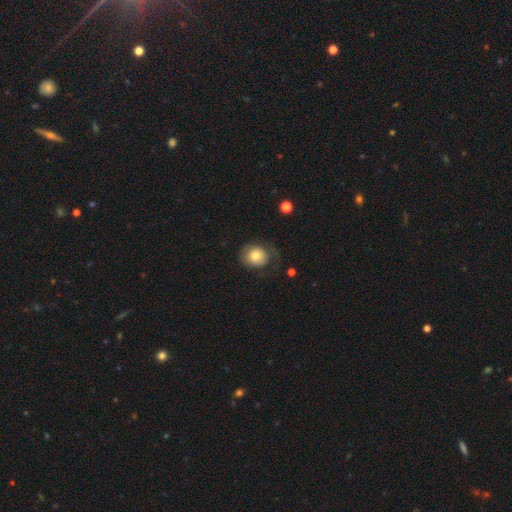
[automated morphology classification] This appears to be a smooth galaxy with no disk features (76%) that is round (69%). Merging: none (58%).